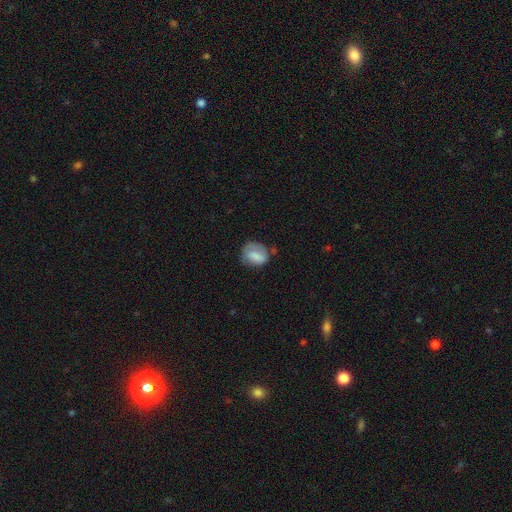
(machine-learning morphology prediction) type=smooth (65%); roundness=round (50%); merging=none (52%).